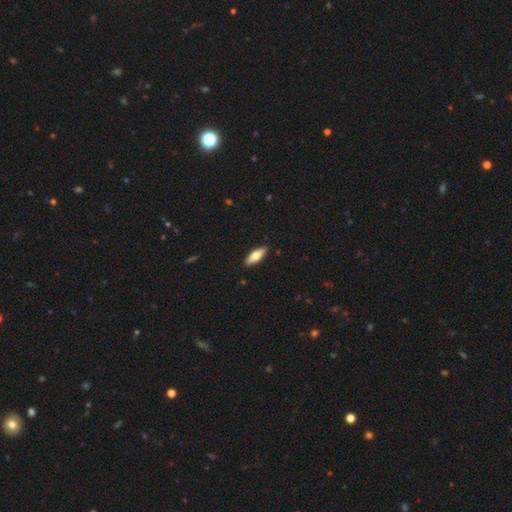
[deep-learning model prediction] Smooth or featured: smooth — 66% (featured or disk — 28%)
How rounded: in between — 61% (cigar-shaped — 37%)
Merging: none — 90% (minor disturbance — 7%)